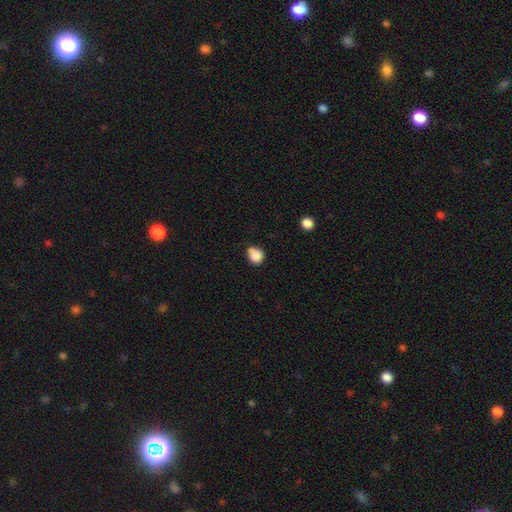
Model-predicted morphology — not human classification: A smooth galaxy with no disk features (85%) that is round (77%). Merging: none (52%).